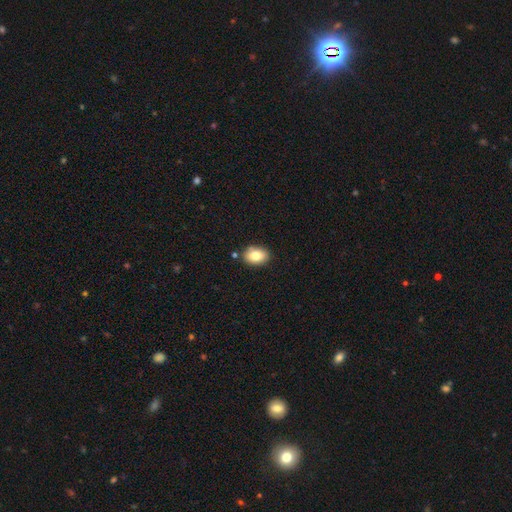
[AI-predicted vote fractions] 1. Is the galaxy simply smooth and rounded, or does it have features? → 81% smooth, 11% featured or disk, 8% star or artifact.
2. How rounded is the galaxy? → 78% in between, 21% round, 1% cigar-shaped.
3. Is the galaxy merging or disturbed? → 83% none, 11% minor disturbance, 4% merger, 2% major disturbance.